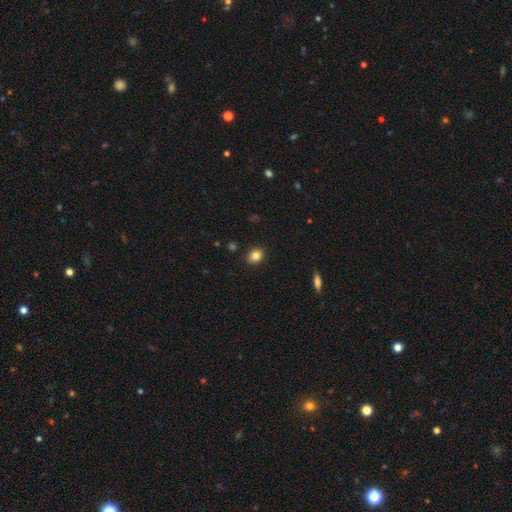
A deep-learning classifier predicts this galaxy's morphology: A smooth galaxy with no disk features (84%) that is in between round and cigar-shaped (60%).

Vote fractions:
- Smooth or featured? smooth: 84% / star or artifact: 9% / featured or disk: 6%
- How rounded? in between: 60% / round: 39% / cigar-shaped: 1%
- Merging? none: 88% / minor disturbance: 8% / major disturbance: 2% / merger: 1%